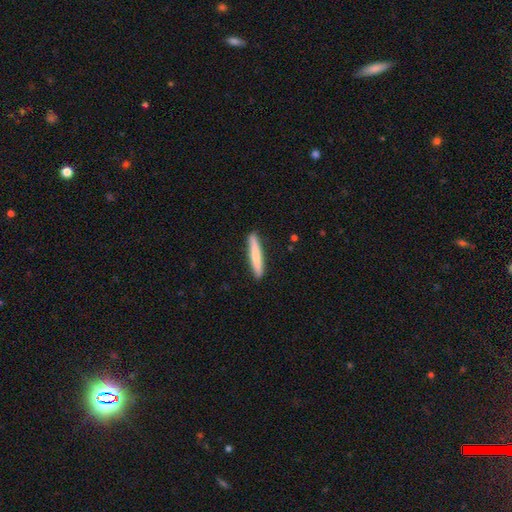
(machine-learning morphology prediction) A smooth galaxy with no disk features (73%) that is cigar-shaped (95%). Merging: none (90%).